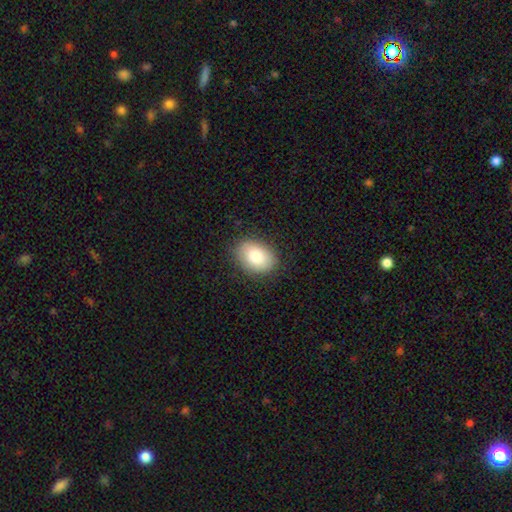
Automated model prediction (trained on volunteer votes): Overall: smooth (81%). How rounded: in between (79%). Merging: none (86%).